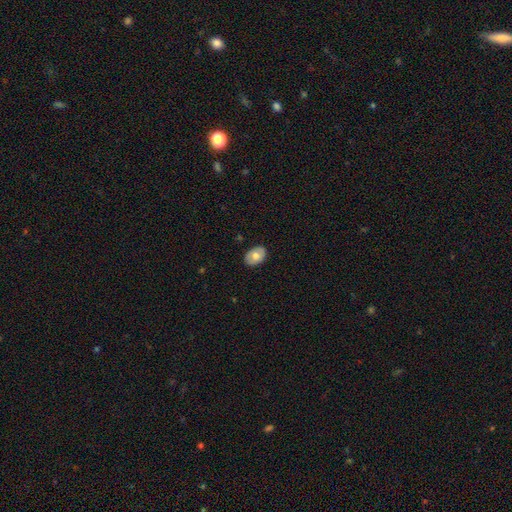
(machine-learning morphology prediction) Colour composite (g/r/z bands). It shows a smooth galaxy with no disk features (64%) that is in between round and cigar-shaped (81%). Merging: none (87%).